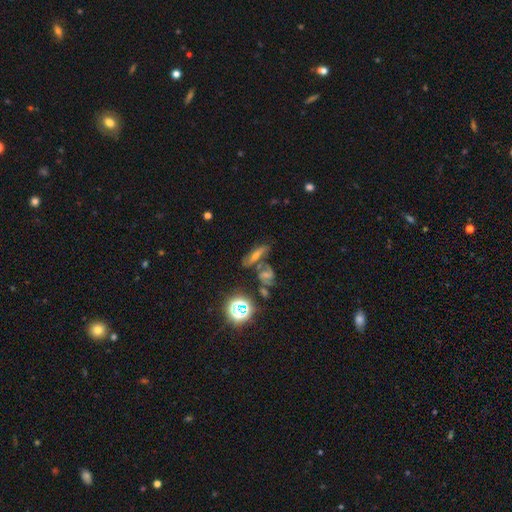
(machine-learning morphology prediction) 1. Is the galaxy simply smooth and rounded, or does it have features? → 36% featured or disk (tied), 36% smooth (tied), 28% star or artifact.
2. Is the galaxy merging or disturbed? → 55% none, 24% merger, 14% minor disturbance, 7% major disturbance.